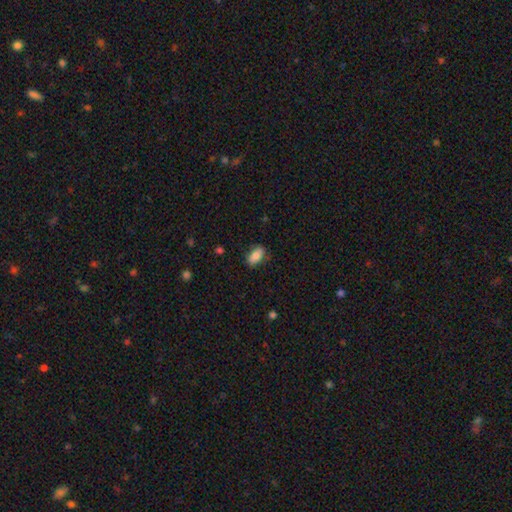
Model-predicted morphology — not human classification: smooth_or_featured: smooth (p=0.82) [alt: featured or disk p=0.10]
how_rounded: in between (p=0.90) [alt: cigar-shaped p=0.05]
merging: none (p=0.80) [alt: minor disturbance p=0.15]